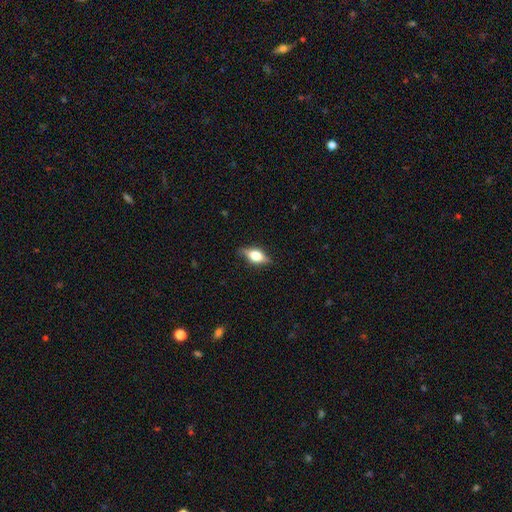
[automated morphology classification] Q: Smooth or featured?
A: smooth (50%); runner-up: featured or disk (42%)
Q: How rounded?
A: in between (77%); runner-up: cigar-shaped (16%)
Q: Merging?
A: none (80%); runner-up: minor disturbance (15%)